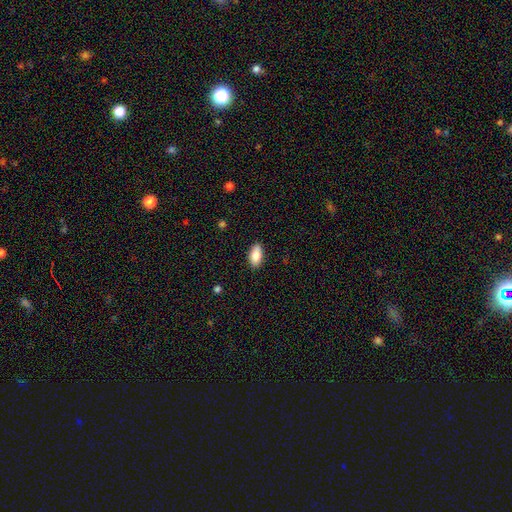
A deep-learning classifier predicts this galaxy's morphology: A smooth galaxy with no disk features (83%) that is in between round and cigar-shaped (90%).

Vote fractions:
- Smooth or featured? smooth: 83% / featured or disk: 10% / star or artifact: 7%
- How rounded? in between: 90% / cigar-shaped: 7% / round: 3%
- Merging? none: 87% / minor disturbance: 10% / major disturbance: 2% / merger: 1%